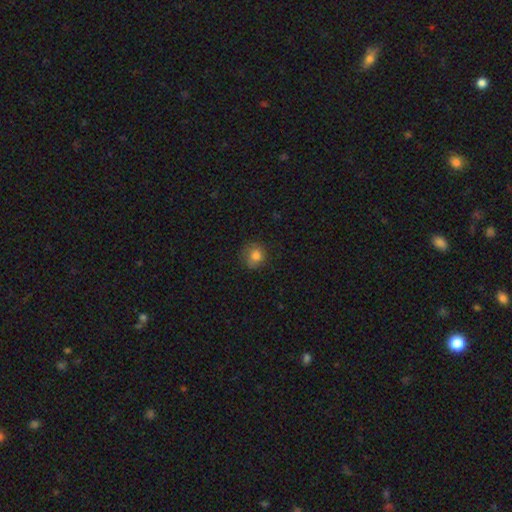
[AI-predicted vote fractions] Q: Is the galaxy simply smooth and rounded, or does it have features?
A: smooth — 78%.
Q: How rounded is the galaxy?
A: round — 84%.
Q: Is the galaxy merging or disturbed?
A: none — 75%.